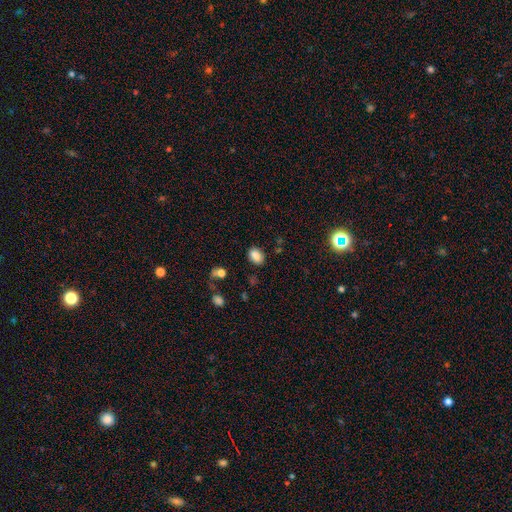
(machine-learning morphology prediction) Smooth or featured? Predicted: smooth (p=0.83). How rounded? Predicted: in between (p=0.77). Merging? Predicted: none (p=0.79).